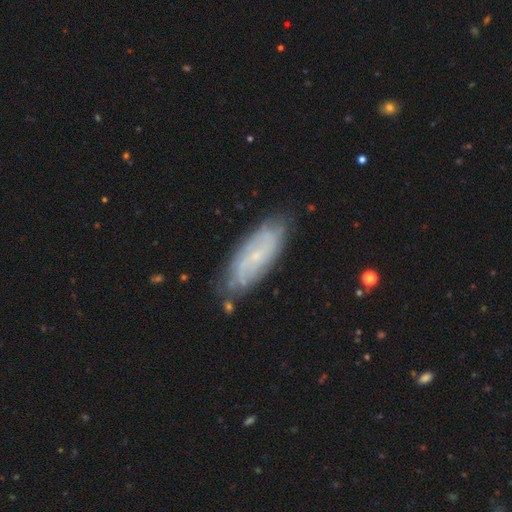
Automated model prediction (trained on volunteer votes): smooth_or_featured: featured or disk (p=0.65) [alt: smooth p=0.27]
disk_edge_on: no (p=0.87) [alt: yes p=0.13]
bar: no (p=0.63) [alt: weak p=0.31]
has_spiral_arms: yes (p=0.85) [alt: no p=0.15]
bulge_size: small (p=0.80) [alt: moderate p=0.10]
merging: none (p=0.76) [alt: minor disturbance p=0.17]